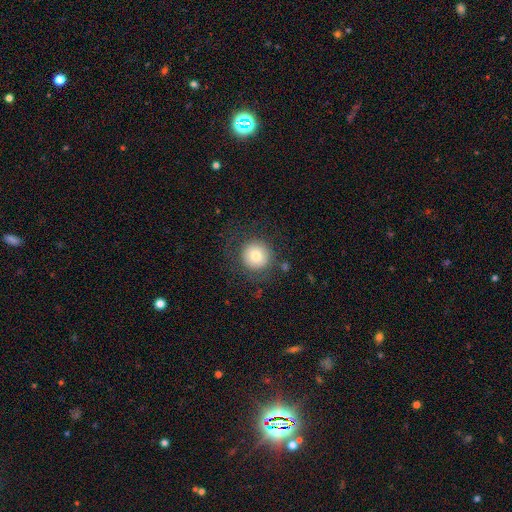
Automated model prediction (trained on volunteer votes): This appears to be a smooth galaxy with no disk features (77%) that is round (95%). Merging: none (80%).